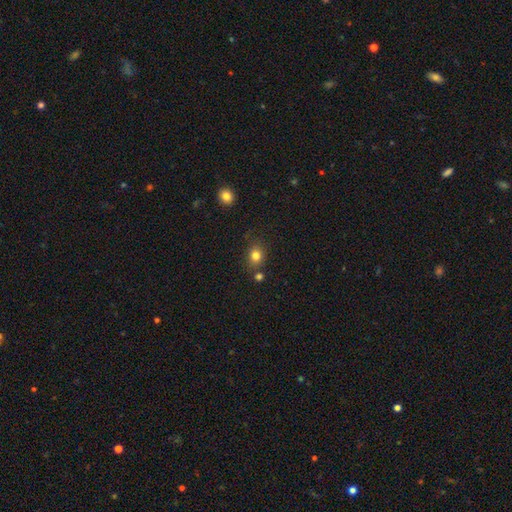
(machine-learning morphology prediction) Smooth or featured? Predicted: smooth (p=0.81). How rounded? Predicted: round (p=0.65). Merging? Predicted: none (p=0.74).